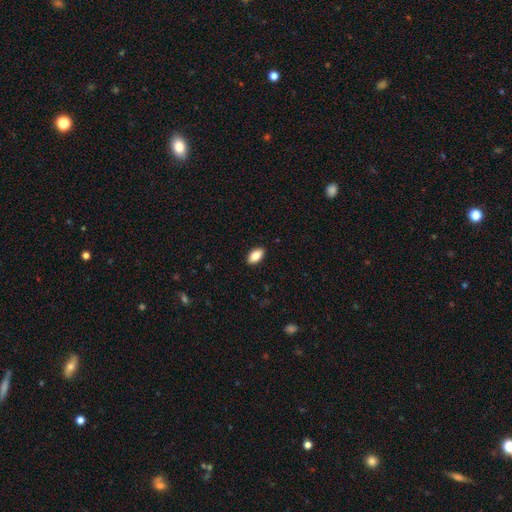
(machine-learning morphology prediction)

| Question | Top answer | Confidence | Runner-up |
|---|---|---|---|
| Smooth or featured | smooth | 84% | featured or disk (9%) |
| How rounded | in between | 93% | round (4%) |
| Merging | none | 90% | minor disturbance (7%) |